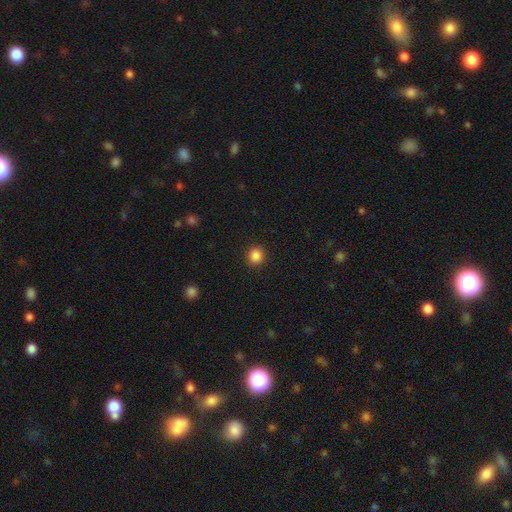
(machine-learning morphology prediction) A smooth galaxy with no disk features (86%) that is round (93%).

Vote fractions:
- Smooth or featured? smooth: 86% / star or artifact: 11% / featured or disk: 3%
- How rounded? round: 93% / in between: 6% / cigar-shaped: 1%
- Merging? none: 92% / minor disturbance: 5% / major disturbance: 2% / merger: 1%